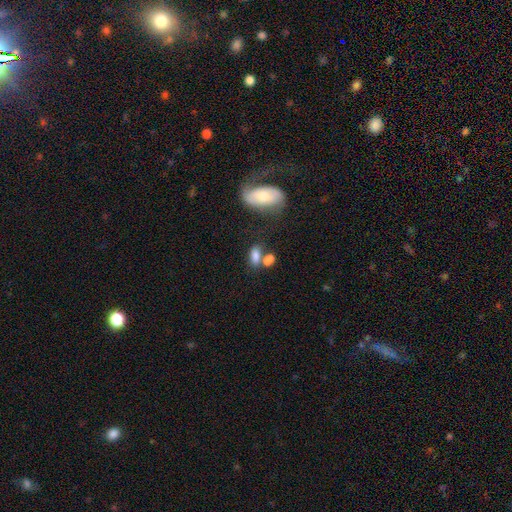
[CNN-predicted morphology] This appears to be a smooth galaxy with no disk features (79%) that is in between round and cigar-shaped (83%). Merging: none (46%).